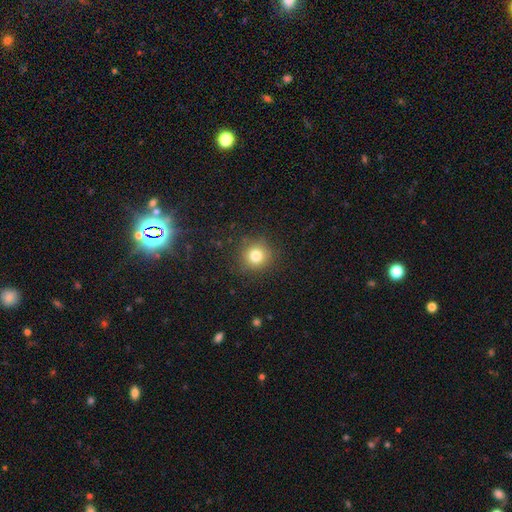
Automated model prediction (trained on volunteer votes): Smooth or featured? Predicted: smooth (p=0.81). How rounded? Predicted: round (p=0.92). Merging? Predicted: none (p=0.87).